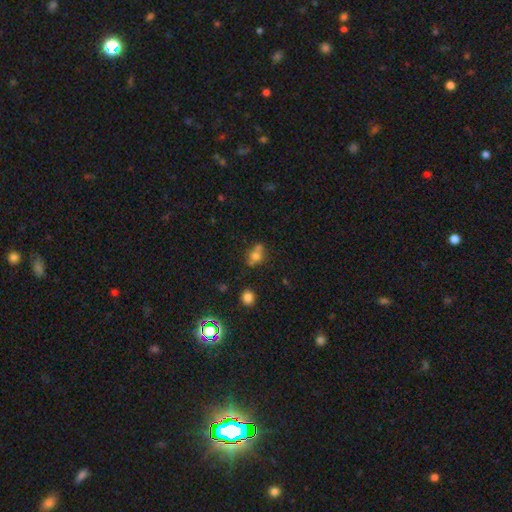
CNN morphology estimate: smooth_or_featured: smooth (p=0.67) [alt: star or artifact p=0.16]
how_rounded: round (p=0.63) [alt: in between p=0.35]
merging: merger (p=0.41) [tied with: none p=0.41]